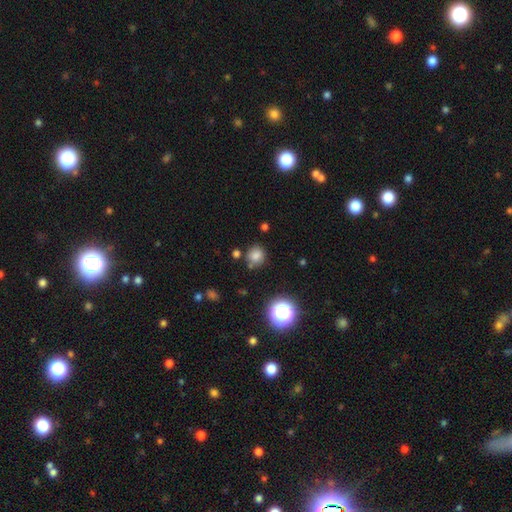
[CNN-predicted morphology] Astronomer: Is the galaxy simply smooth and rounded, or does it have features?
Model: smooth — 77%.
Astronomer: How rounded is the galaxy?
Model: round — 85%.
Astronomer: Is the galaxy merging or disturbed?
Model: none — 78%.